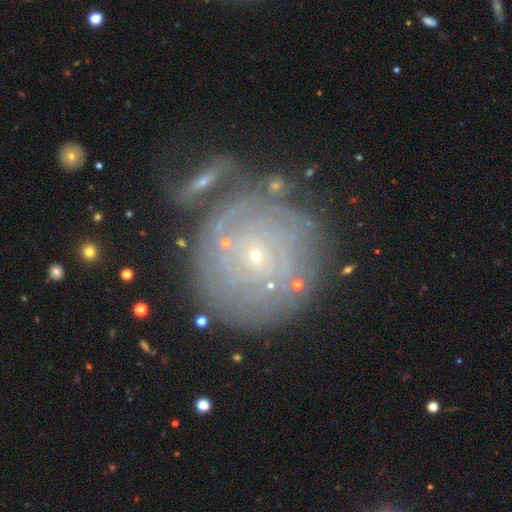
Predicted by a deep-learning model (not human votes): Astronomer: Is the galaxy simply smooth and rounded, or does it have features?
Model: featured or disk — 73%.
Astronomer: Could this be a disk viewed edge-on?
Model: no — 96%.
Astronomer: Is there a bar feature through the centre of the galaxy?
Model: no — 79%.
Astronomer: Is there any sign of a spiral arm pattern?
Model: yes — 84%.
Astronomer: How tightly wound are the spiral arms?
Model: tight — 84%.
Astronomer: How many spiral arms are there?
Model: can't tell — 49%.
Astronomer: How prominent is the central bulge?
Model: small — 88%.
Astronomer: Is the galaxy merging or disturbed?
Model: none — 67%.